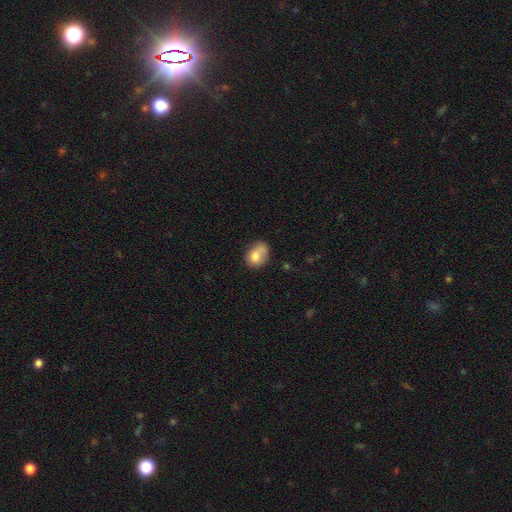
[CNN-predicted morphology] smooth 76%, featured or disk 15%, star or artifact 9%. Down the decision tree: how rounded — in between (67%); merging — none (41%).